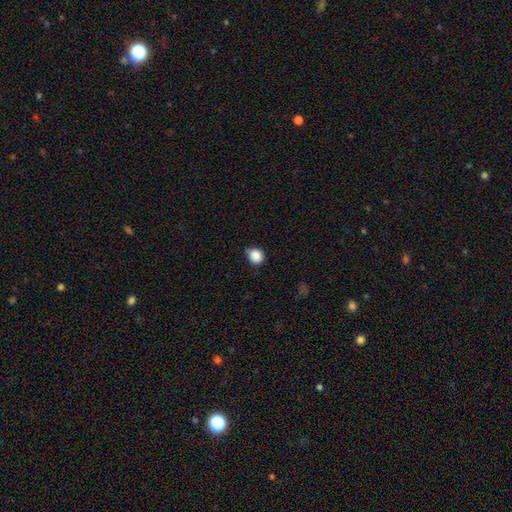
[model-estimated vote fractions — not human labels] Q: Smooth or featured?
A: smooth (88%); runner-up: star or artifact (9%)
Q: How rounded?
A: round (82%); runner-up: in between (17%)
Q: Merging?
A: none (77%); runner-up: minor disturbance (19%)